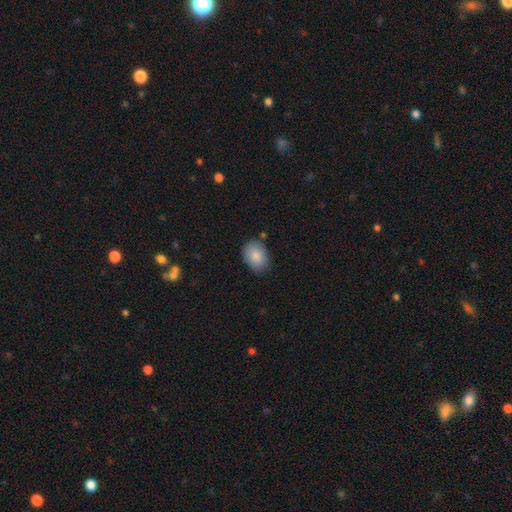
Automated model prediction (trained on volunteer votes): A smooth galaxy with no disk features (86%) that is in between round and cigar-shaped (75%).

Vote fractions:
- Smooth or featured? smooth: 86% / star or artifact: 7% / featured or disk: 7%
- How rounded? in between: 75% / round: 24% / cigar-shaped: 1%
- Merging? none: 80% / minor disturbance: 15% / major disturbance: 3% / merger: 2%